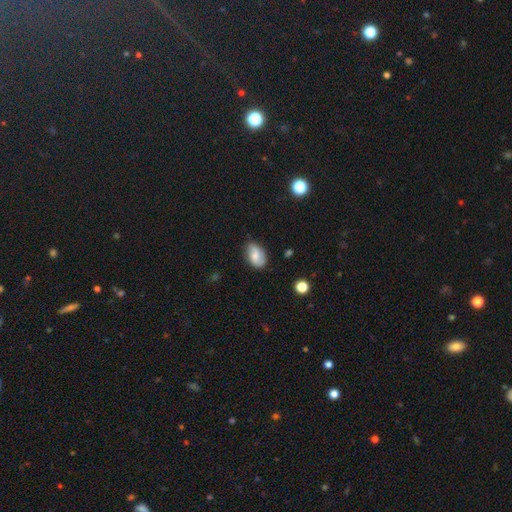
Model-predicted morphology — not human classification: This is likely a smooth galaxy (64%). How rounded: clearly in between (89%). Merging: likely none (66%).